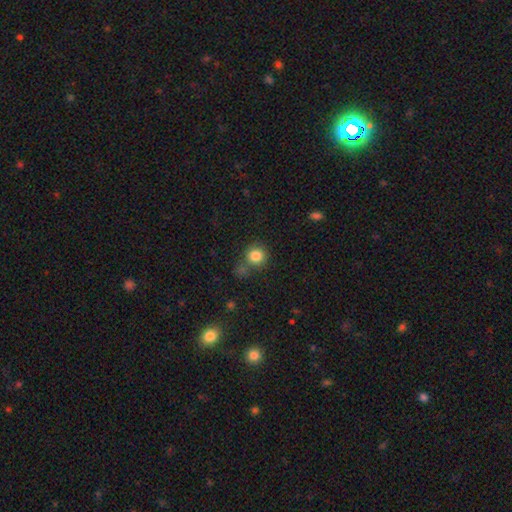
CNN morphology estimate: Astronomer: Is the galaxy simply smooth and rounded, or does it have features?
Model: smooth — 83%.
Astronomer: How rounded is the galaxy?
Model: round — 89%.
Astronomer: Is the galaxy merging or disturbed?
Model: none — 65%.